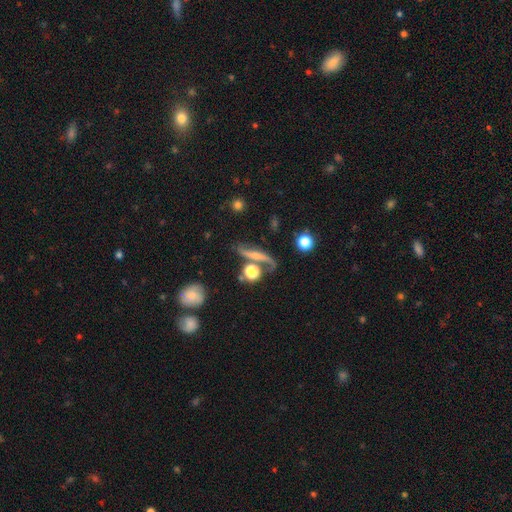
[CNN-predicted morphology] Smooth or featured? featured or disk (70%)
Edge-on disk? no (58%)
Merging? none (57%)